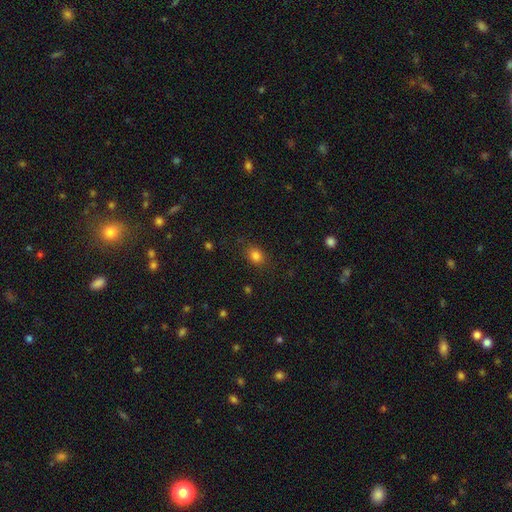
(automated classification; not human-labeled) A smooth galaxy with no disk features (82%) that is in between round and cigar-shaped (53%).

Vote fractions:
- Smooth or featured? smooth: 82% / star or artifact: 12% / featured or disk: 6%
- How rounded? in between: 53% / round: 46% / cigar-shaped: 1%
- Merging? none: 84% / minor disturbance: 12% / major disturbance: 4% / merger: 1%